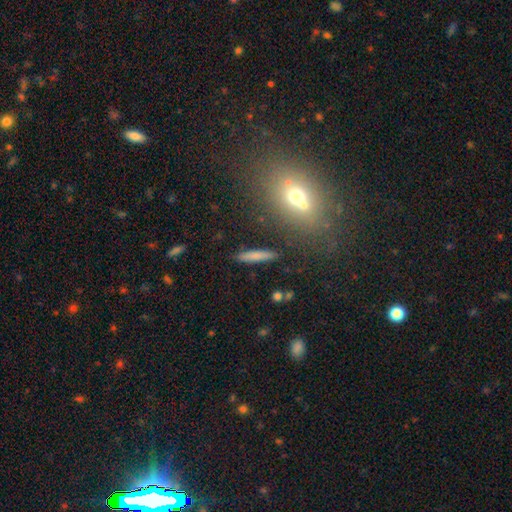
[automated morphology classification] This is likely a smooth galaxy (72%). How rounded: clearly cigar-shaped (88%). Merging: clearly none (87%).